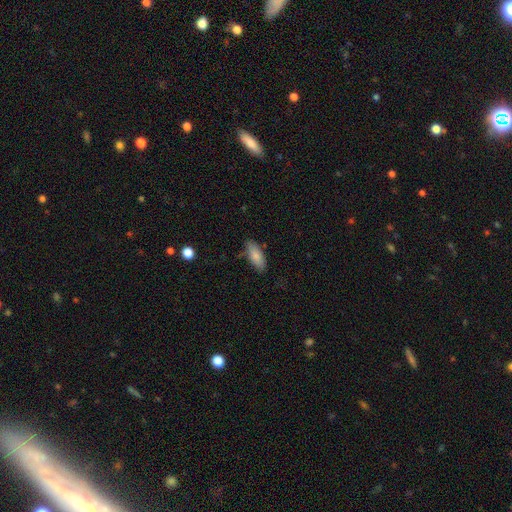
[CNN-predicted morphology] Smooth or featured: smooth — 83% (featured or disk — 10%)
How rounded: in between — 79% (cigar-shaped — 19%)
Merging: none — 81% (minor disturbance — 14%)